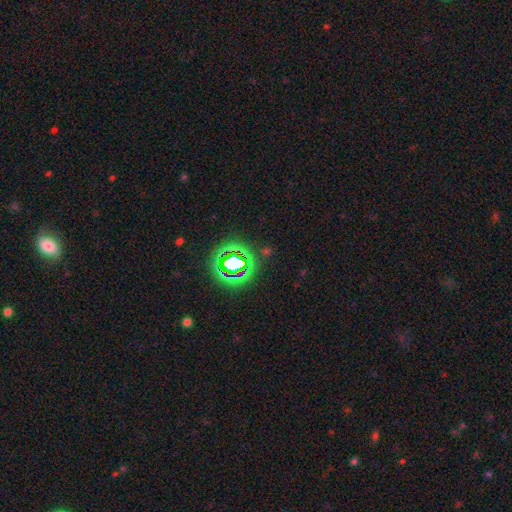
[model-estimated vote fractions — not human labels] smooth-or-featured: star or artifact: 74% | smooth: 18% | featured or disk: 8%